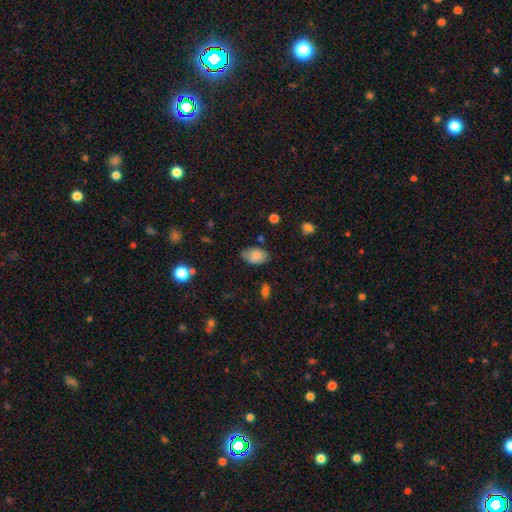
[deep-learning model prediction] Smooth or featured? Predicted: smooth (p=0.83). How rounded? Predicted: in between (p=0.91). Merging? Predicted: none (p=0.71).